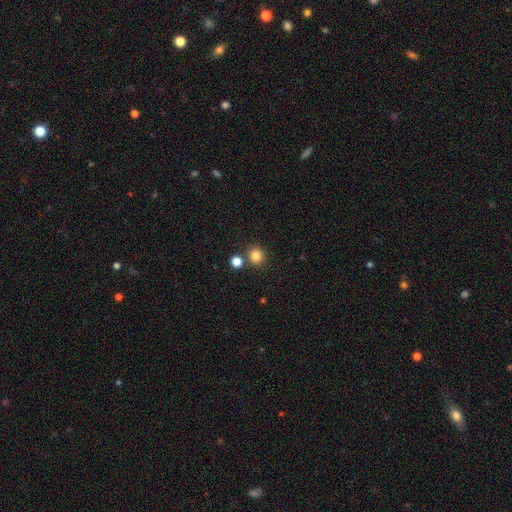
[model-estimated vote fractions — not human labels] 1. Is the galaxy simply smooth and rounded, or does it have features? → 82% smooth, 13% star or artifact, 5% featured or disk.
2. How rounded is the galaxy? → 89% round, 10% in between, 1% cigar-shaped.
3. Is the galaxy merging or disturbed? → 79% none, 12% merger, 7% minor disturbance, 3% major disturbance.